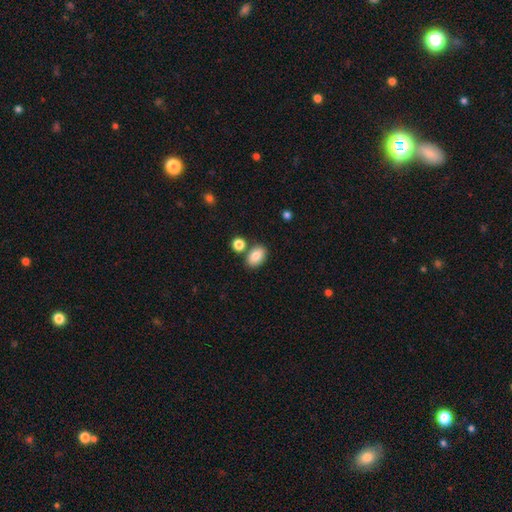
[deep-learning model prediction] Morphology: type=smooth (84%); roundness=in between (85%); merging=none (75%).